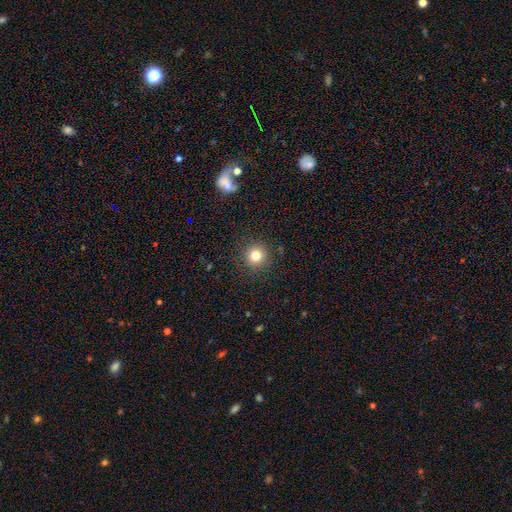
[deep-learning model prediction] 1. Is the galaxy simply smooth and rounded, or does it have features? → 81% smooth, 13% star or artifact, 7% featured or disk.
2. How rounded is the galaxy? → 94% round, 5% in between, 1% cigar-shaped.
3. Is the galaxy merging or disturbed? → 90% none, 6% minor disturbance, 3% major disturbance, 1% merger.